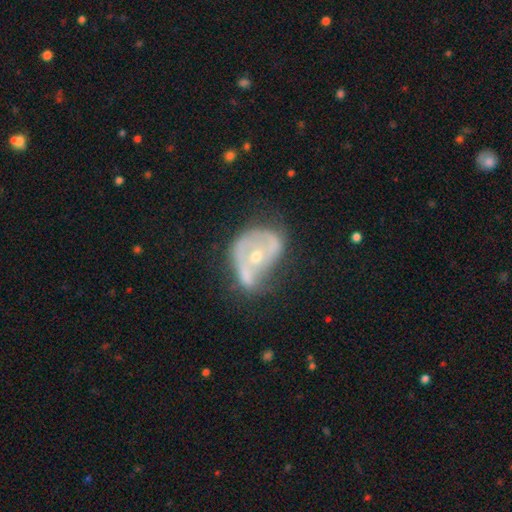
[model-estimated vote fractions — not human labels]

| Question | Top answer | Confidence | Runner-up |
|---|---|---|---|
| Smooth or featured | featured or disk | 70% | smooth (22%) |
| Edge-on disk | no | 96% | yes (4%) |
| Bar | no | 67% | weak (23%) |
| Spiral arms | yes | 56% | no (44%) |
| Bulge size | small | 50% | moderate (47%) |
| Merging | major disturbance | 28% | minor disturbance (27%) |